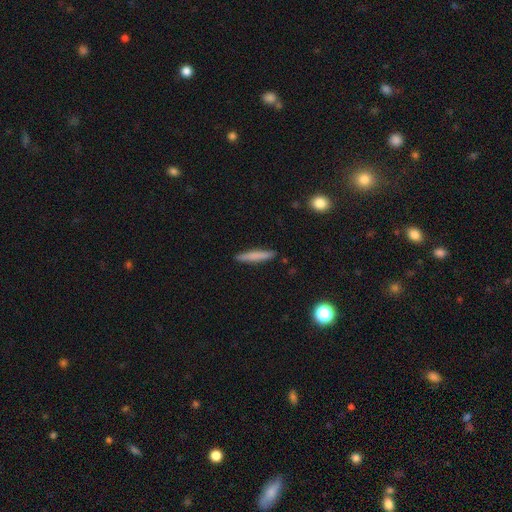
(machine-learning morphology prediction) Smooth or featured: smooth — 75% (featured or disk — 19%)
How rounded: cigar-shaped — 92% (in between — 6%)
Merging: none — 90% (minor disturbance — 7%)